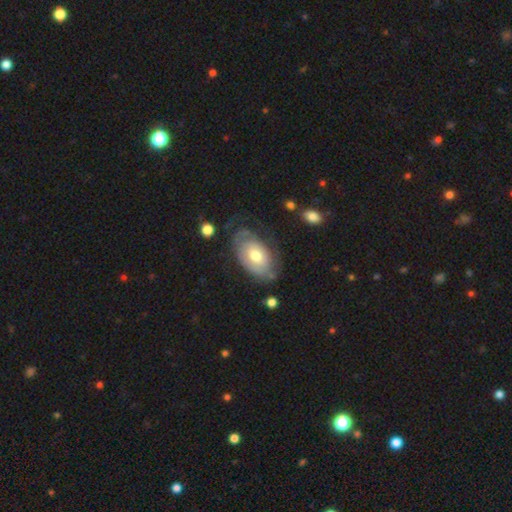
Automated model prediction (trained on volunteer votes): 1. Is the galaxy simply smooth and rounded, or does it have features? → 54% featured or disk, 41% smooth, 6% star or artifact.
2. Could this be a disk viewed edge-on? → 93% no, 7% yes.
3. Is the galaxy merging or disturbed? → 57% none, 26% minor disturbance, 15% major disturbance, 3% merger.